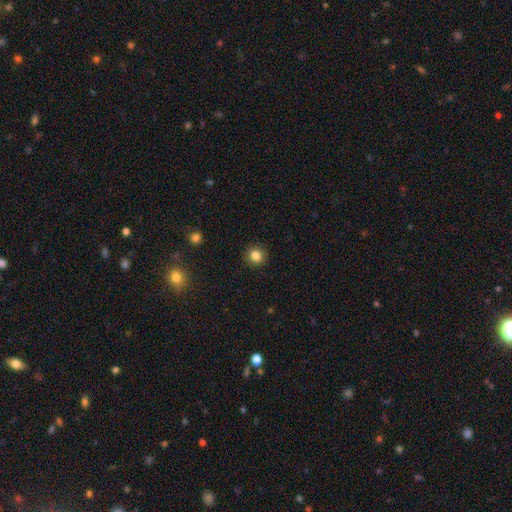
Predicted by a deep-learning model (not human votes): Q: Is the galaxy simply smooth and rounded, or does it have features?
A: smooth — 83%.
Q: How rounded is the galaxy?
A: round — 89%.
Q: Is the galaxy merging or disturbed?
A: none — 91%.